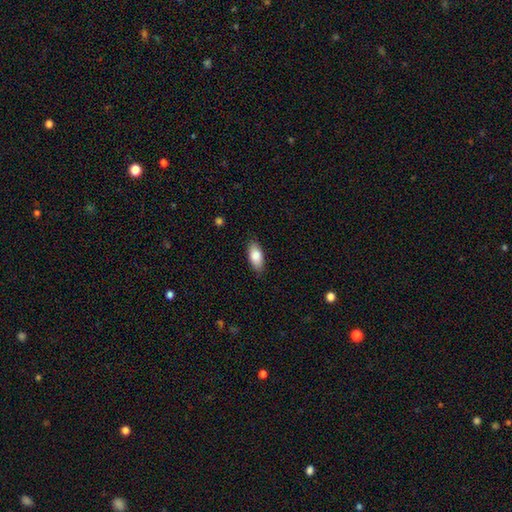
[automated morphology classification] A smooth galaxy with no disk features (84%) that is in between round and cigar-shaped (87%). Merging: none (86%).